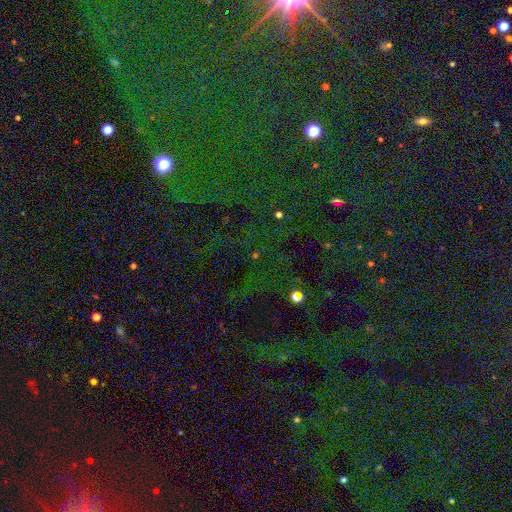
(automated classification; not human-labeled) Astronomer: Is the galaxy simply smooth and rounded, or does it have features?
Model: star or artifact — 76%.